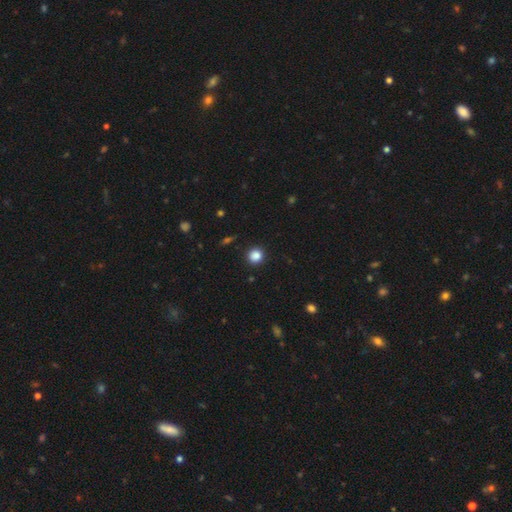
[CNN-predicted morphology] smooth-or-featured: smooth: 85% | star or artifact: 11% | featured or disk: 3%
  how-rounded: round: 92% | in between: 7% | cigar-shaped: 1%
  merging: none: 91% | minor disturbance: 6% | major disturbance: 2% | merger: 1%